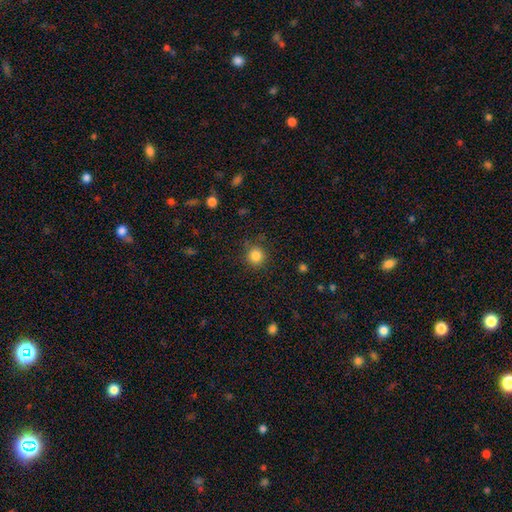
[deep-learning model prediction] A smooth galaxy with no disk features (84%) that is round (92%).

Vote fractions:
- Smooth or featured? smooth: 84% / star or artifact: 11% / featured or disk: 5%
- How rounded? round: 92% / in between: 7% / cigar-shaped: 1%
- Merging? none: 84% / minor disturbance: 10% / major disturbance: 4% / merger: 2%